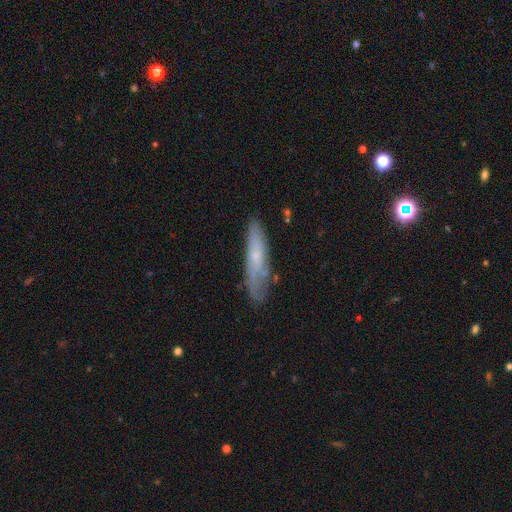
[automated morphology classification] Smooth or featured? smooth (50%)
How rounded? cigar-shaped (81%)
Merging? none (69%)